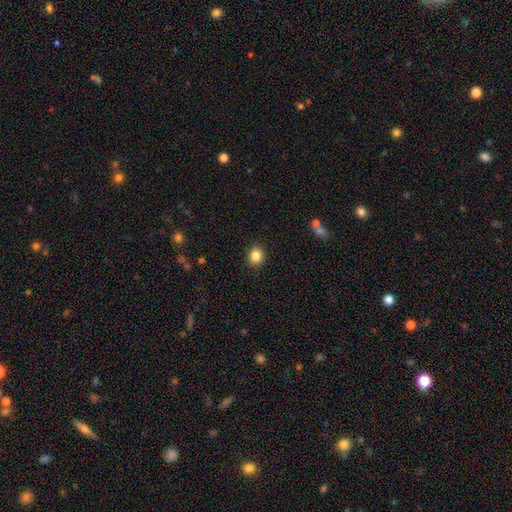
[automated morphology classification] Smooth or featured?
  - smooth: 85% *
  - star or artifact: 10%
  - featured or disk: 5%
How rounded?
  - round: 71% *
  - in between: 28%
  - cigar-shaped: 1%
Merging?
  - none: 90% *
  - minor disturbance: 6%
  - major disturbance: 2%
  - merger: 1%